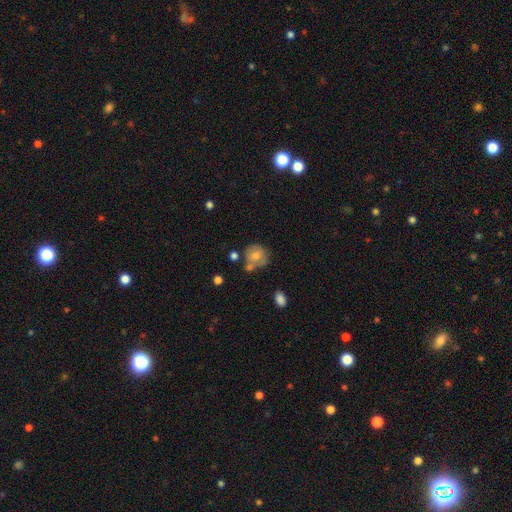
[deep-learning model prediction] smooth-or-featured: smooth: 66% | featured or disk: 25% | star or artifact: 9%
  how-rounded: round: 75% | in between: 24% | cigar-shaped: 1%
  merging: none: 49% | merger: 22% | minor disturbance: 21% | major disturbance: 8%